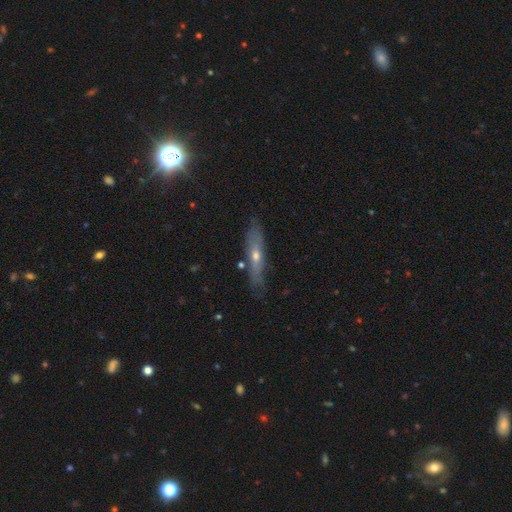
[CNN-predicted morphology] Overall: featured or disk (56%; smooth 34%). Edge-on disk: yes (75%). Merging: none (81%).